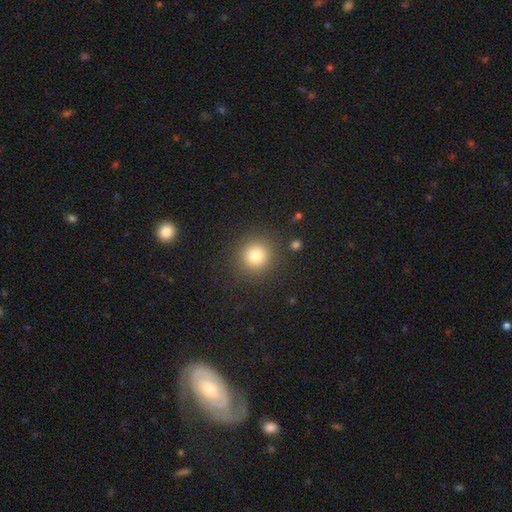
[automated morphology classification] type=smooth (80%); roundness=round (92%); merging=none (88%).